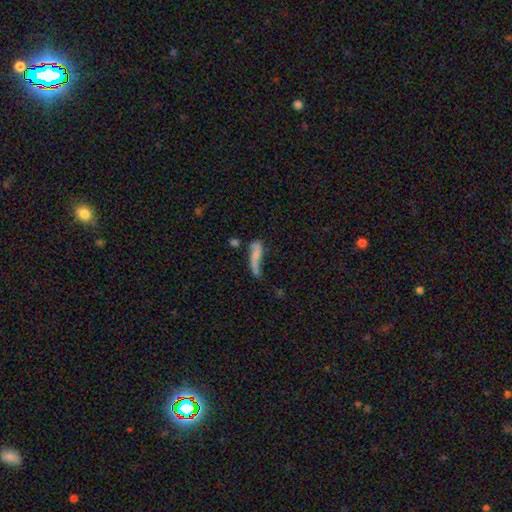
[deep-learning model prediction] Smooth or featured: smooth — 48% (featured or disk — 41%)
Merging: none — 32% (major disturbance — 25%)